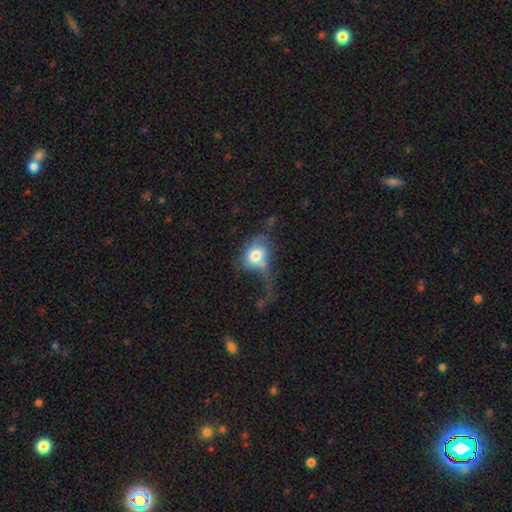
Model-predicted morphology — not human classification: This is likely a smooth galaxy (62%). How rounded: possibly in between (50%). Merging: possibly major disturbance (50%).